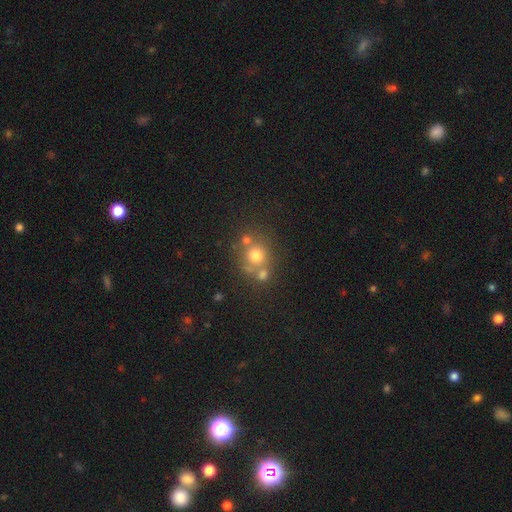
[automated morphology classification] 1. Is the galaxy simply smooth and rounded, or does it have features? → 69% smooth, 17% star or artifact, 14% featured or disk.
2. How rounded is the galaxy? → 87% round, 12% in between, 1% cigar-shaped.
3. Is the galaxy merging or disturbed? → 58% none, 27% merger, 10% minor disturbance, 5% major disturbance.